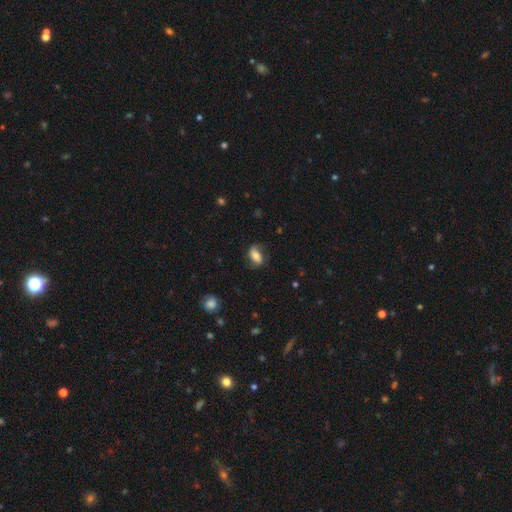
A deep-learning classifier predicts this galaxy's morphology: smooth-or-featured: smooth: 63% | featured or disk: 29% | star or artifact: 8%
  how-rounded: in between: 85% | round: 8% | cigar-shaped: 7%
  merging: none: 71% | minor disturbance: 20% | major disturbance: 7% | merger: 1%